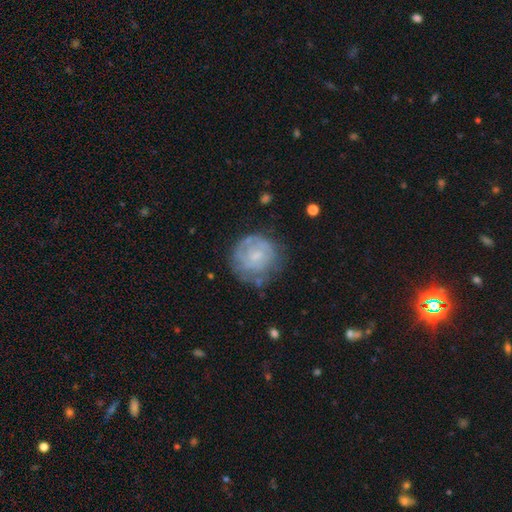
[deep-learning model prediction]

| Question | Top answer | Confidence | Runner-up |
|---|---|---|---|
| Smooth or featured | featured or disk | 57% | smooth (36%) |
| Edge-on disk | no | 98% | yes (2%) |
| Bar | no | 67% | weak (29%) |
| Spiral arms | yes | 62% | no (38%) |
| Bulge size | small | 51% | moderate (27%) |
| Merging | none | 63% | minor disturbance (22%) |